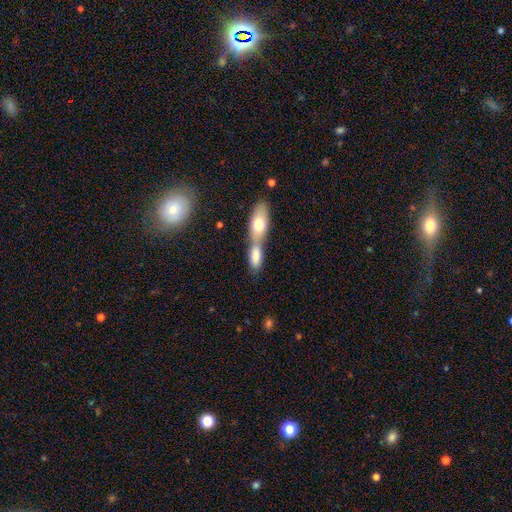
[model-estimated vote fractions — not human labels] A smooth galaxy with no disk features (77%) that is in between round and cigar-shaped (74%).

Vote fractions:
- Smooth or featured? smooth: 77% / featured or disk: 16% / star or artifact: 7%
- How rounded? in between: 74% / cigar-shaped: 22% / round: 4%
- Merging? merger: 68% / none: 22% / minor disturbance: 7% / major disturbance: 3%